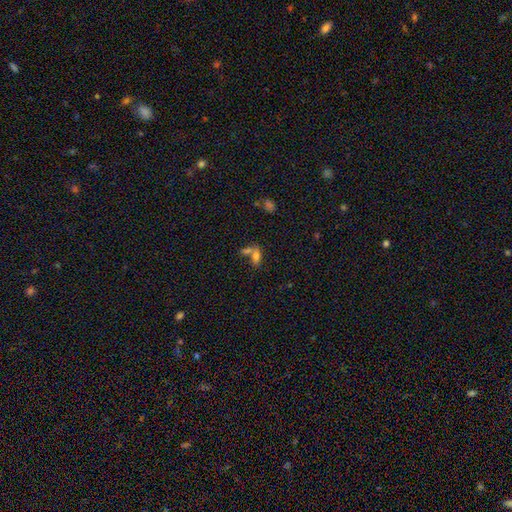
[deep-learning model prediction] A smooth galaxy with no disk features (54%) that is in between round and cigar-shaped (68%).

Vote fractions:
- Smooth or featured? smooth: 54% / star or artifact: 26% / featured or disk: 20%
- How rounded? in between: 68% / round: 23% / cigar-shaped: 9%
- Merging? merger: 46% / none: 37% / minor disturbance: 9% / major disturbance: 7%